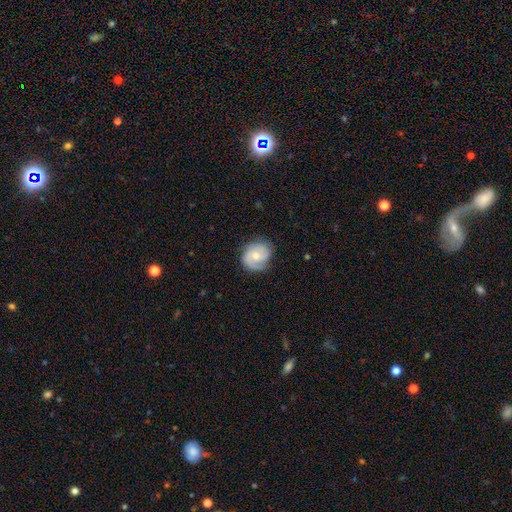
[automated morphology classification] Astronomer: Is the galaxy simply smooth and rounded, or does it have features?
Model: featured or disk — 65%.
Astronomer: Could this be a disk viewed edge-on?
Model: no — 98%.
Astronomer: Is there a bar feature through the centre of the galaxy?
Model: no — 71%.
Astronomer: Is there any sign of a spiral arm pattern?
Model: yes — 91%.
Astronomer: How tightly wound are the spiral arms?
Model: tight — 48% (runner-up: medium, 38%).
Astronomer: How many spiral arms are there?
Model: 2 — 45%.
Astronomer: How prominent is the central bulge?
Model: moderate — 52% (runner-up: small, 43%).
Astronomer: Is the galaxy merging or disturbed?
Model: none — 71%.